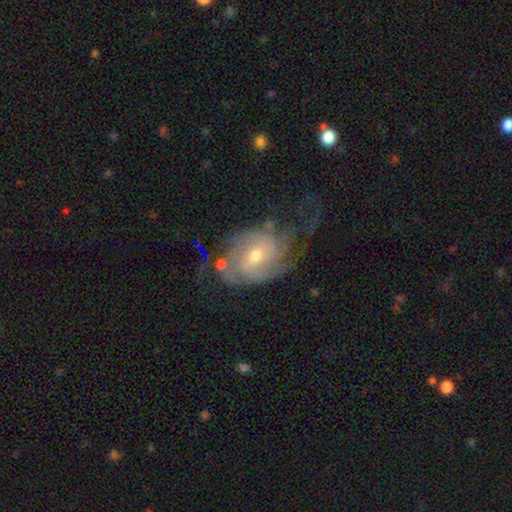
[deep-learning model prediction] This appears to be a featured or disk galaxy (79%) with no bar (50%), 2 (38%) tight (44%) spiral arms (90%) and a moderate central bulge (52%). Merging: none (45%).